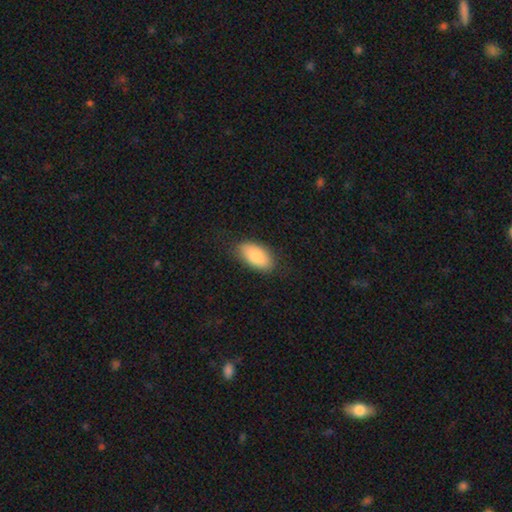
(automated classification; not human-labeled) This is clearly a smooth galaxy (83%). How rounded: clearly in between (94%). Merging: clearly none (82%).